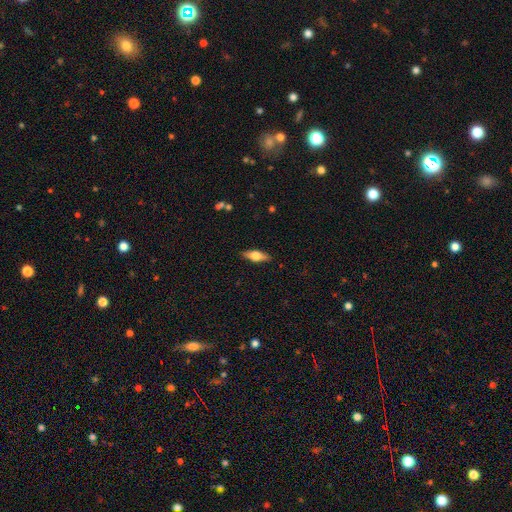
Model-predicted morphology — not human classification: smooth 47% (tied), featured or disk 47% (tied), star or artifact 6%. Down the decision tree: merging — none (88%).